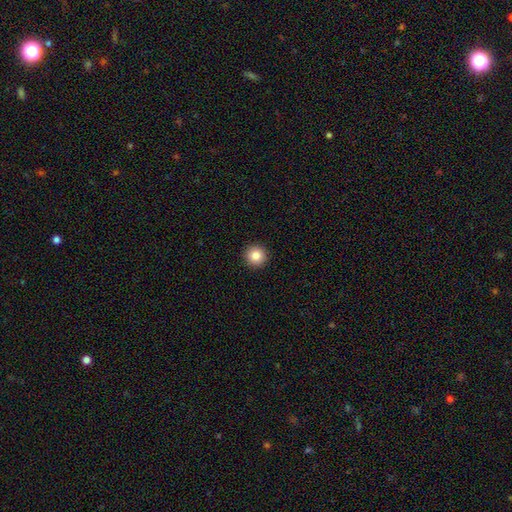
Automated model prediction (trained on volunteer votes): A smooth galaxy with no disk features (85%) that is round (96%). Merging: none (93%).